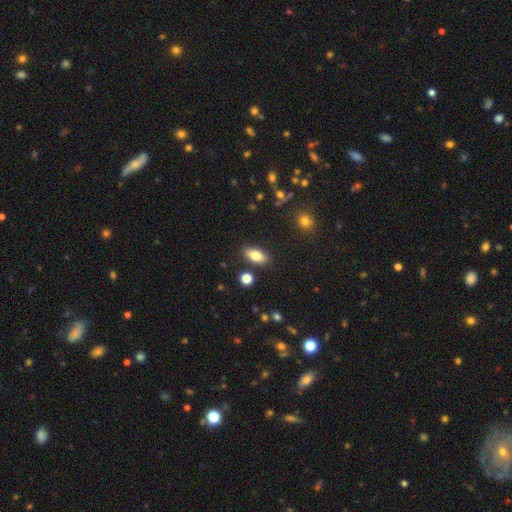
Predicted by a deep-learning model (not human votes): Smooth or featured: smooth — 79% (featured or disk — 13%)
How rounded: in between — 86% (cigar-shaped — 11%)
Merging: none — 85% (minor disturbance — 9%)